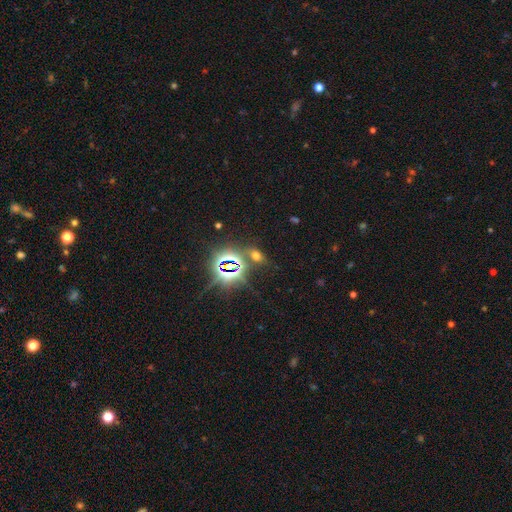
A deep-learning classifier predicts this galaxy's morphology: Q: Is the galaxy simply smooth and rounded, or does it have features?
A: star or artifact — 53%.